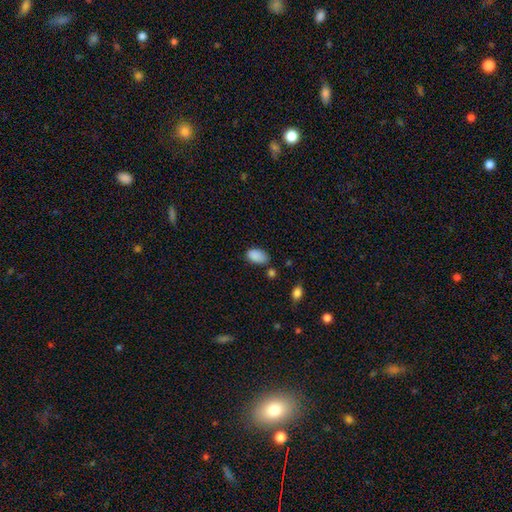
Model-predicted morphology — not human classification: smooth 87%, star or artifact 8%, featured or disk 4%. Down the decision tree: how rounded — in between (92%); merging — none (64%).